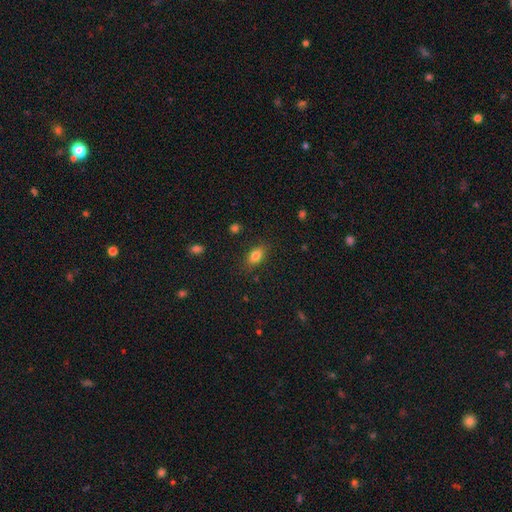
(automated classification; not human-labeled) smooth-or-featured: smooth: 82% | star or artifact: 10% | featured or disk: 9%
  how-rounded: in between: 84% | round: 10% | cigar-shaped: 5%
  merging: none: 83% | minor disturbance: 12% | major disturbance: 3% | merger: 2%